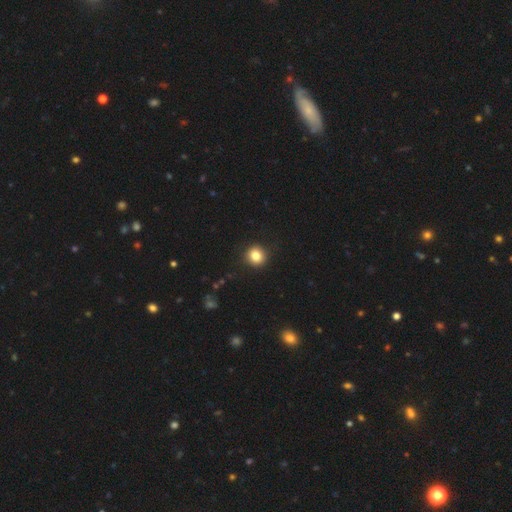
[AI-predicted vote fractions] The model was most divided on "smooth or featured": smooth: 83%, star or artifact: 11%, featured or disk: 6%. More confident: merging — none (91%); how rounded — round (89%).